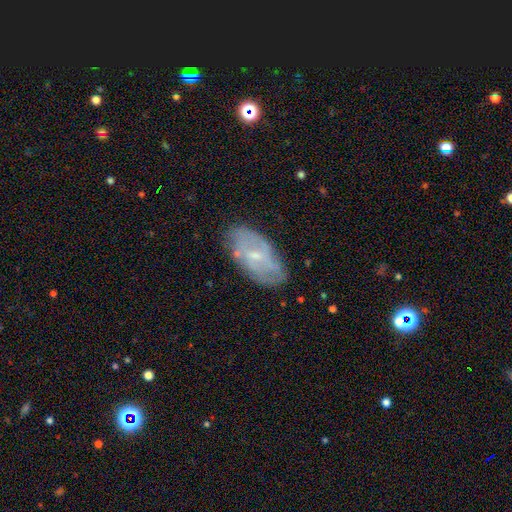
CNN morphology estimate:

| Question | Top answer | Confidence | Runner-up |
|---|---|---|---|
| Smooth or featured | featured or disk | 66% | smooth (26%) |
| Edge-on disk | no | 92% | yes (8%) |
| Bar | weak | 49% | no (39%) |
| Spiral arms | yes | 73% | no (27%) |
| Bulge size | small | 69% | moderate (24%) |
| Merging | none | 76% | minor disturbance (18%) |